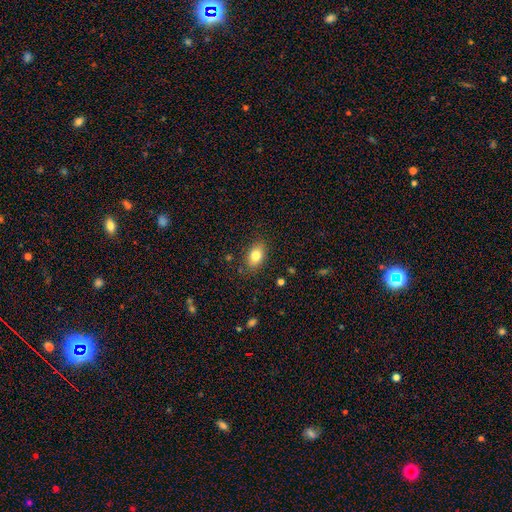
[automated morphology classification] This appears to be a smooth galaxy with no disk features (80%) that is in between round and cigar-shaped (85%). Merging: none (84%).